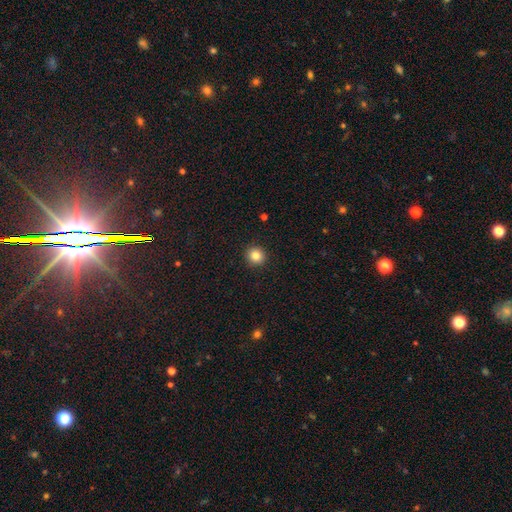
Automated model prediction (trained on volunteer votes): Smooth or featured? Predicted: smooth (p=0.84). How rounded? Predicted: round (p=0.91). Merging? Predicted: none (p=0.92).